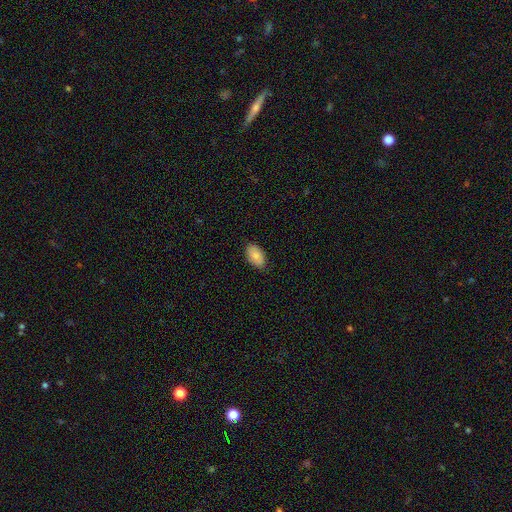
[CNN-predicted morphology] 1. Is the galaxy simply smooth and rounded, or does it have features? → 83% smooth, 10% featured or disk, 6% star or artifact.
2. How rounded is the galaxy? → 93% in between, 6% round, 1% cigar-shaped.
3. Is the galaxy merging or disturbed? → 84% none, 13% minor disturbance, 2% major disturbance, 1% merger.